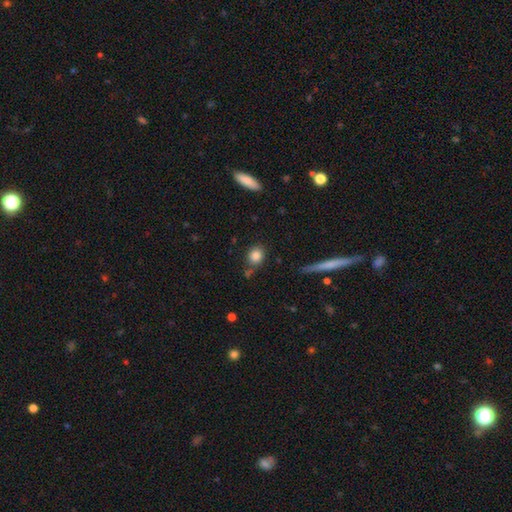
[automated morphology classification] Smooth or featured?
  - smooth: 84% *
  - star or artifact: 9%
  - featured or disk: 6%
How rounded?
  - round: 68% *
  - in between: 30%
  - cigar-shaped: 2%
Merging?
  - none: 74% *
  - minor disturbance: 13%
  - merger: 8%
  - major disturbance: 4%